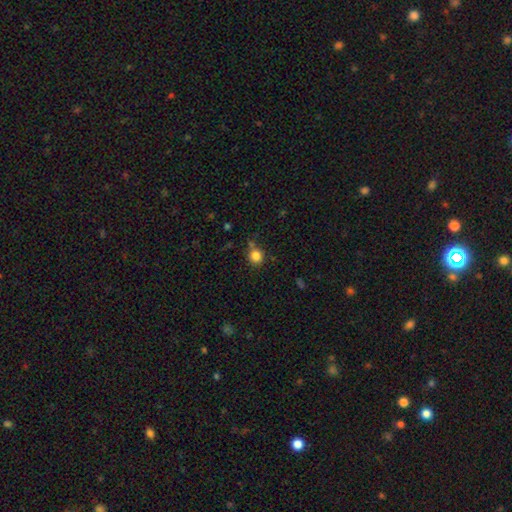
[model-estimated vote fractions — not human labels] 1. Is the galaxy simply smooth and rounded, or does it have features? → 83% smooth, 12% star or artifact, 5% featured or disk.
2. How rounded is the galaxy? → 87% round, 12% in between, 1% cigar-shaped.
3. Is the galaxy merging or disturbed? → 72% none, 15% minor disturbance, 9% merger, 4% major disturbance.